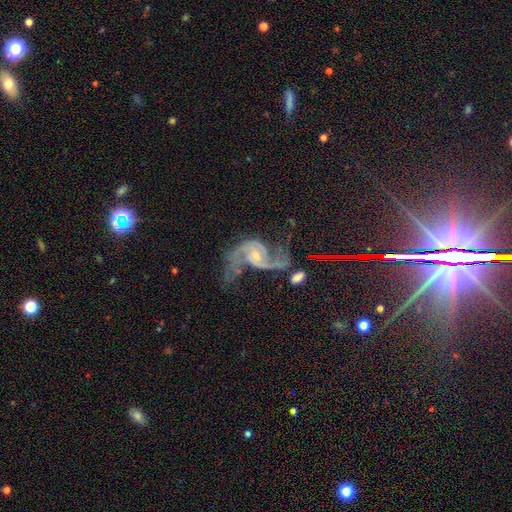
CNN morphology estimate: Smooth or featured? featured or disk (88%)
Edge-on disk? no (97%)
Bar? no (64%)
Spiral arms? yes (97%)
Spiral winding? loose (48%)
Spiral arm count? 2 (89%)
Bulge size? small (62%)
Merging? none (48%)